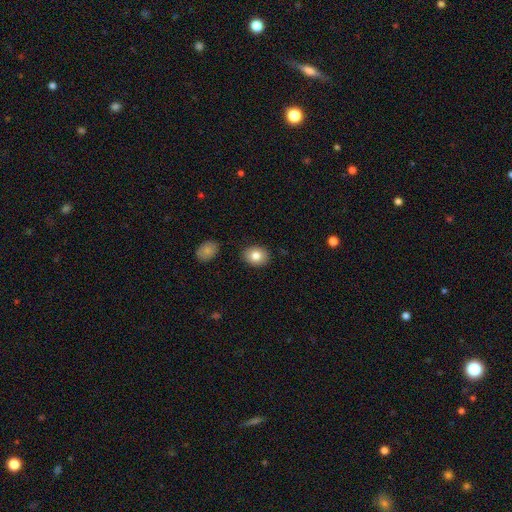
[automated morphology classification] This appears to be a smooth galaxy with no disk features (82%) that is in between round and cigar-shaped (51%). Merging: none (88%).